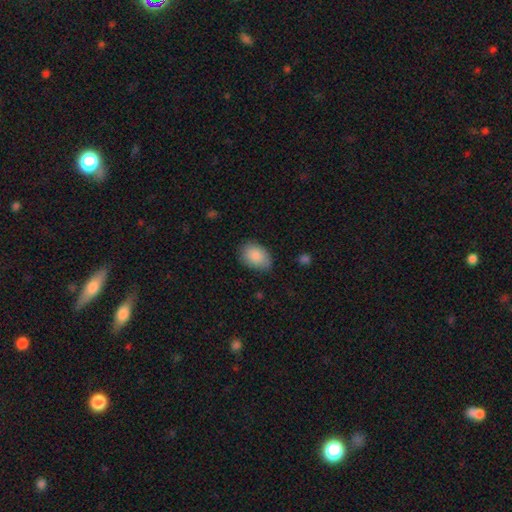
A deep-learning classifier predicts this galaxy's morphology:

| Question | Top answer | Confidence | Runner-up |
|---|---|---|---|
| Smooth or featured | smooth | 88% | star or artifact (7%) |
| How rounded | in between | 82% | round (17%) |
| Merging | none | 75% | minor disturbance (20%) |